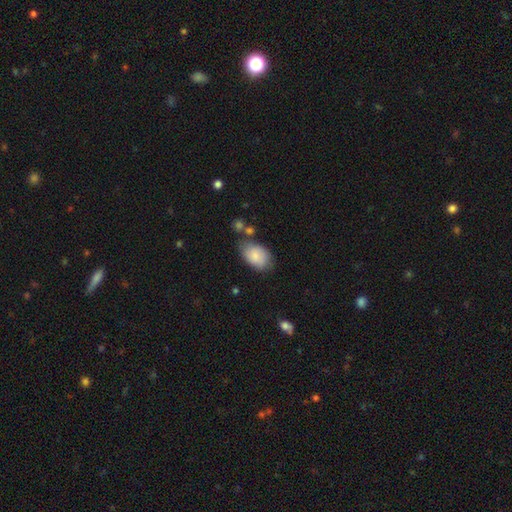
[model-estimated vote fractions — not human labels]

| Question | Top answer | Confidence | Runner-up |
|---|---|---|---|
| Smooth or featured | smooth | 83% | featured or disk (10%) |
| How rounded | in between | 89% | round (9%) |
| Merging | none | 64% | minor disturbance (23%) |